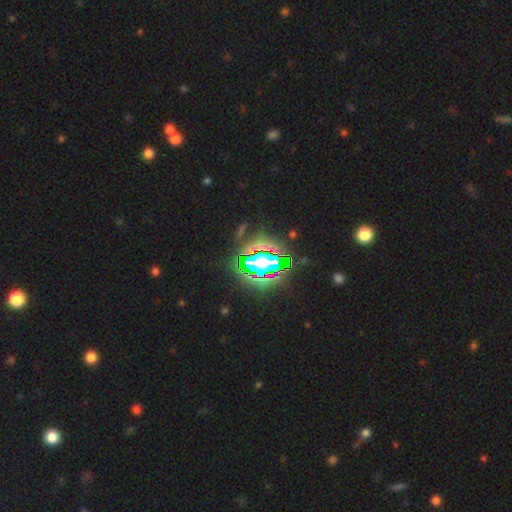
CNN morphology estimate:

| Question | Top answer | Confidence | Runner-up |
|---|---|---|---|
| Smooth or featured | star or artifact | 84% | smooth (9%) |